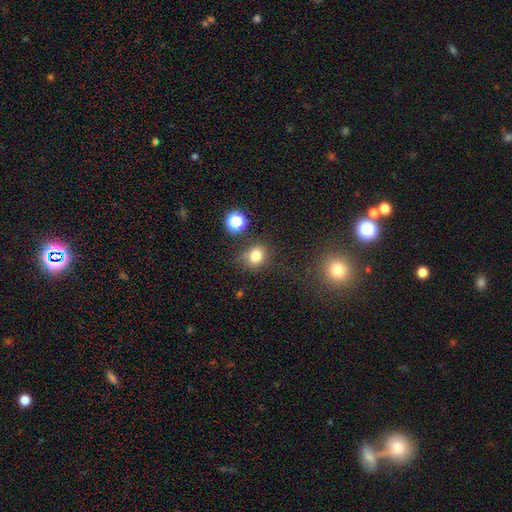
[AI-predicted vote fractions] A smooth galaxy with no disk features (78%) that is round (69%).

Vote fractions:
- Smooth or featured? smooth: 78% / star or artifact: 15% / featured or disk: 7%
- How rounded? round: 69% / in between: 30% / cigar-shaped: 1%
- Merging? none: 73% / minor disturbance: 16% / merger: 6% / major disturbance: 6%